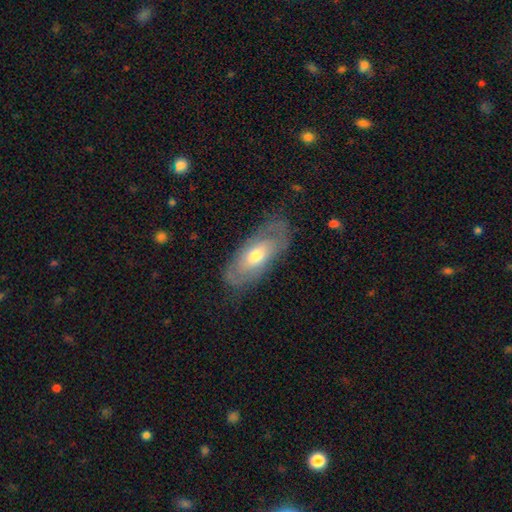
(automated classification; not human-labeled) Smooth or featured? Predicted: featured or disk (p=0.57). Edge-on disk? Predicted: no (p=0.83). Merging? Predicted: none (p=0.73).